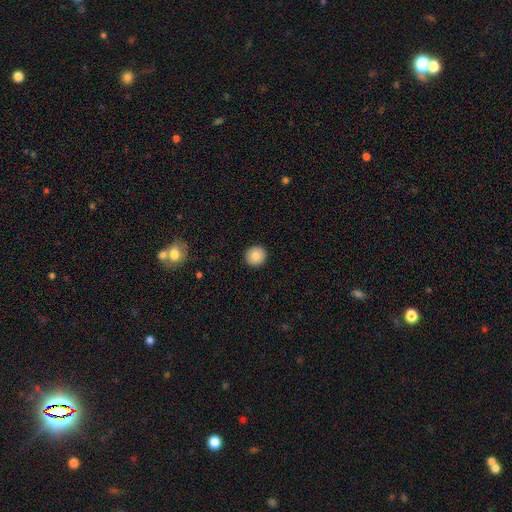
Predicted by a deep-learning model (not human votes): Smooth or featured? smooth (84%)
How rounded? round (93%)
Merging? none (92%)